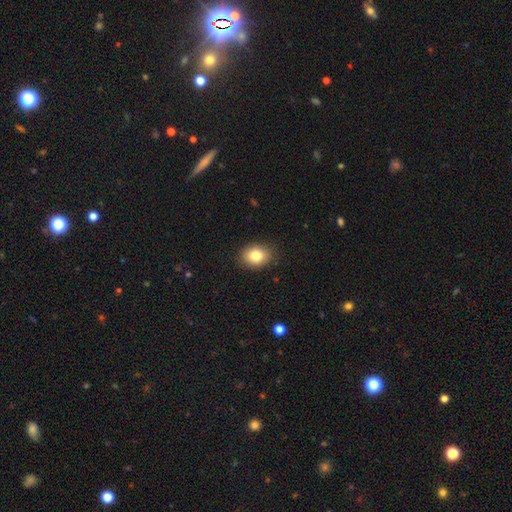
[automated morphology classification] Overall: smooth (83%). How rounded: in between (58%; round 41%). Merging: none (88%).